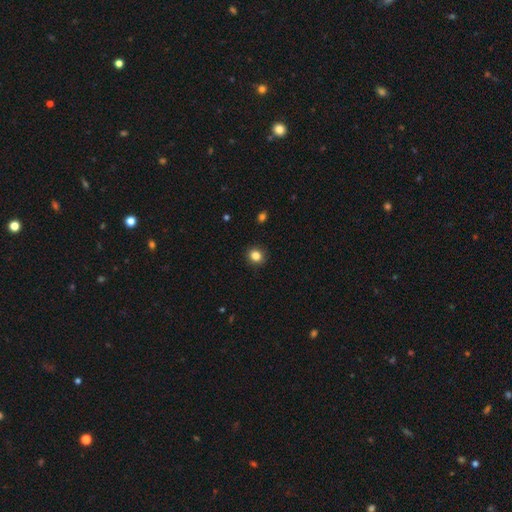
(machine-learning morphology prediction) Smooth or featured?
  - smooth: 84% *
  - star or artifact: 11%
  - featured or disk: 5%
How rounded?
  - round: 82% *
  - in between: 17%
  - cigar-shaped: 1%
Merging?
  - none: 91% *
  - minor disturbance: 6%
  - major disturbance: 2%
  - merger: 1%